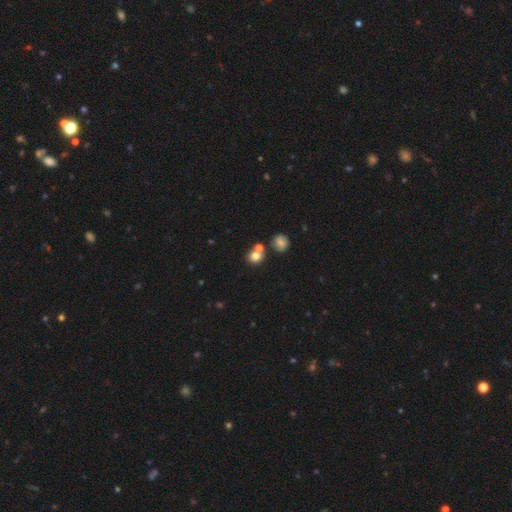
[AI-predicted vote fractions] Smooth or featured? smooth (77%)
How rounded? round (81%)
Merging? none (56%)